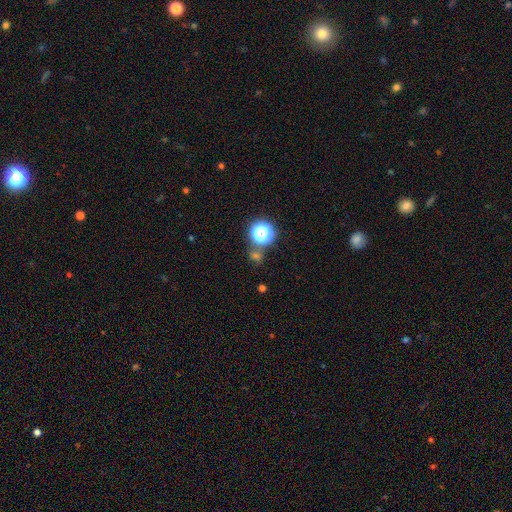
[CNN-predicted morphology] Smooth or featured: smooth — 50% (star or artifact — 43%)
Merging: none — 70% (merger — 15%)